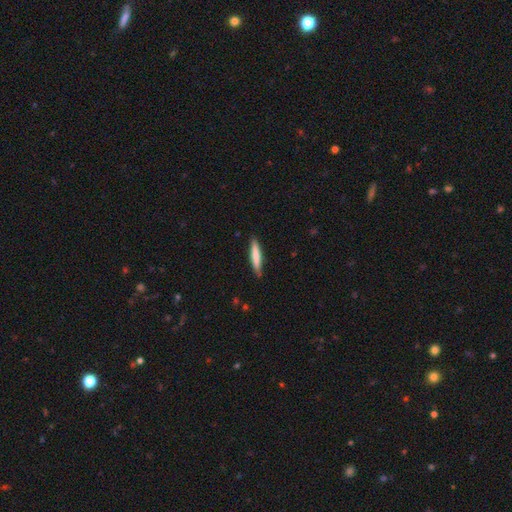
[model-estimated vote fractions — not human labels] smooth 73%, featured or disk 22%, star or artifact 5%. Down the decision tree: how rounded — cigar-shaped (91%); merging — none (87%).